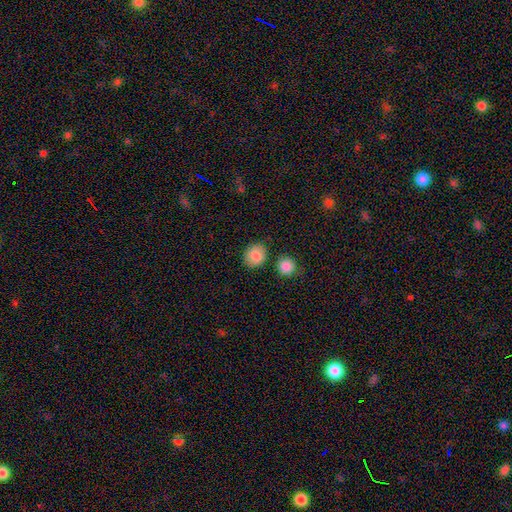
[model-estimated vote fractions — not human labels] Morphology: type=smooth (85%); roundness=round (66%); merging=none (81%).